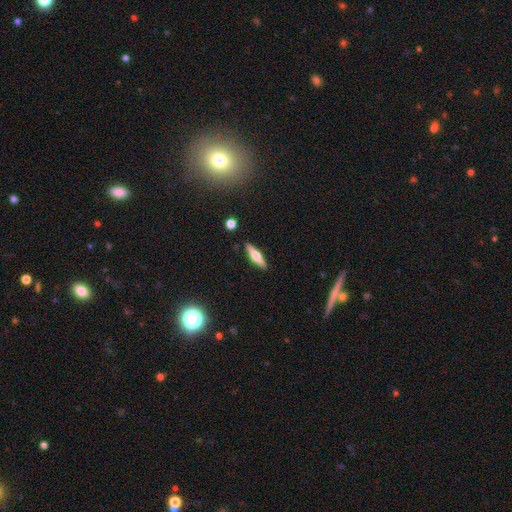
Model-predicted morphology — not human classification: Smooth or featured: featured or disk — 53% (smooth — 40%)
Edge-on disk: yes — 95% (no — 5%)
Edge-on bulge: rounded — 90% (boxy — 7%)
Merging: none — 89% (minor disturbance — 8%)